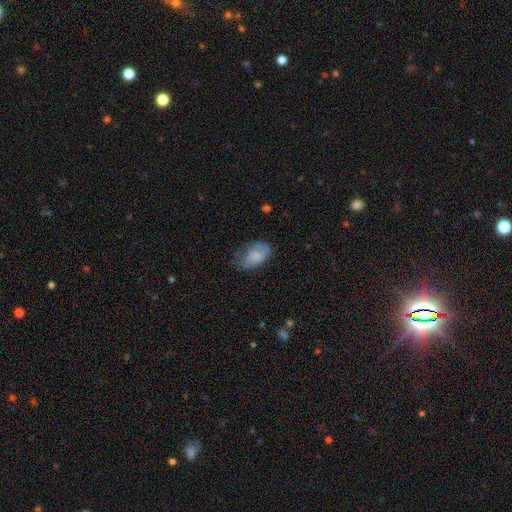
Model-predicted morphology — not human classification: Overall: smooth (71%). How rounded: in between (92%). Merging: none (44%; minor disturbance 36%).